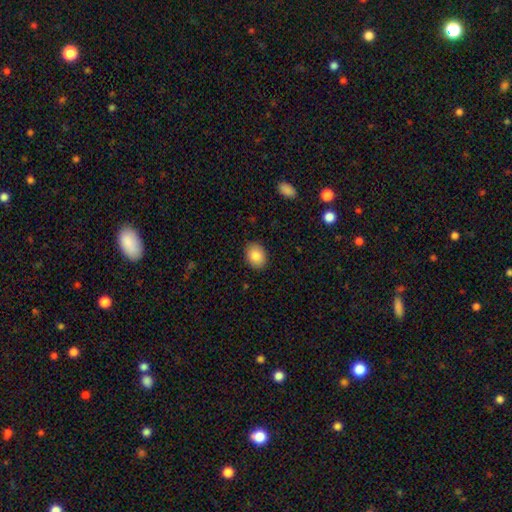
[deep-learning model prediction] Smooth or featured?
  - smooth: 86% *
  - star or artifact: 8%
  - featured or disk: 6%
How rounded?
  - in between: 66% *
  - round: 33%
  - cigar-shaped: 1%
Merging?
  - none: 89% *
  - minor disturbance: 8%
  - major disturbance: 2%
  - merger: 1%